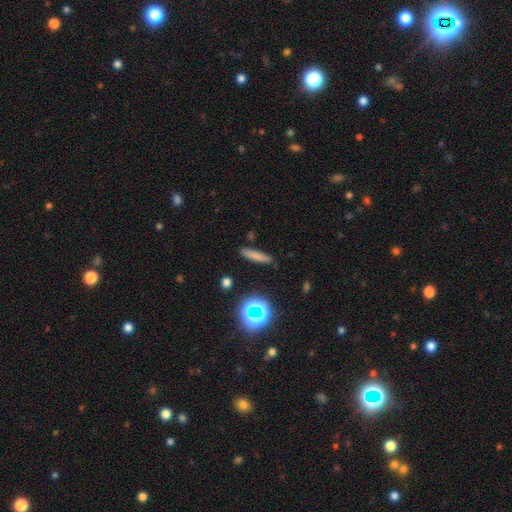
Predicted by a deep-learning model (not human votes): Overall: smooth (73%). How rounded: cigar-shaped (85%). Merging: none (86%).